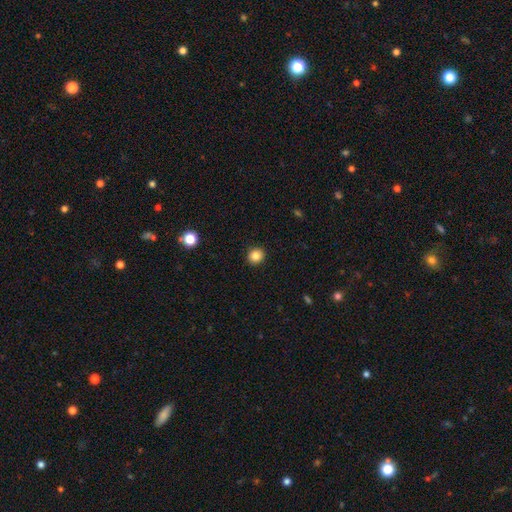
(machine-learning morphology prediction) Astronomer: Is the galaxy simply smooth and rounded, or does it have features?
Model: smooth — 84%.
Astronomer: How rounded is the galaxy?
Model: round — 89%.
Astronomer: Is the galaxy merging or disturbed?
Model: none — 93%.